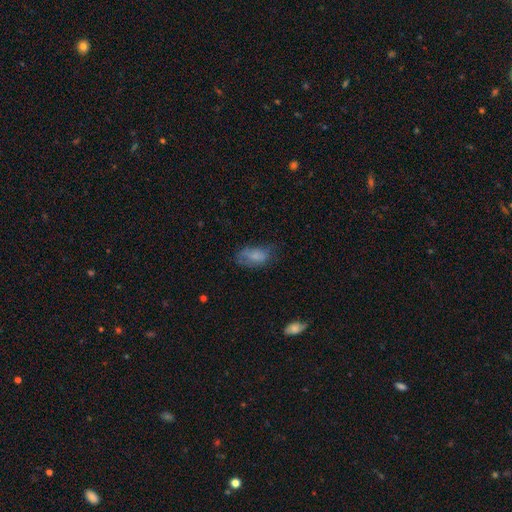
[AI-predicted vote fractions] A smooth galaxy with no disk features (73%) that is in between round and cigar-shaped (90%).

Vote fractions:
- Smooth or featured? smooth: 73% / featured or disk: 18% / star or artifact: 10%
- How rounded? in between: 90% / round: 6% / cigar-shaped: 4%
- Merging? none: 48% / minor disturbance: 31% / major disturbance: 19% / merger: 2%